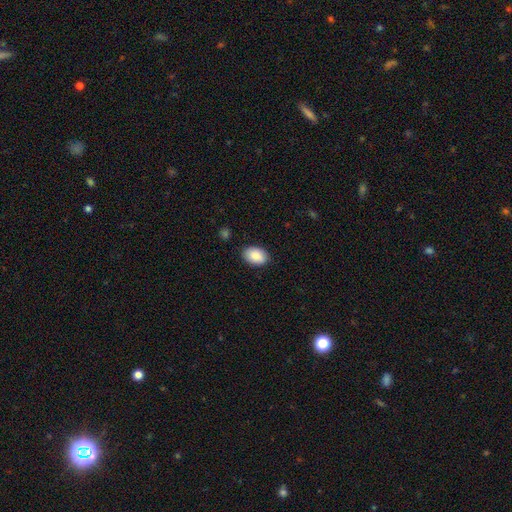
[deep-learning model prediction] A smooth galaxy with no disk features (89%) that is in between round and cigar-shaped (86%).

Vote fractions:
- Smooth or featured? smooth: 89% / star or artifact: 6% / featured or disk: 5%
- How rounded? in between: 86% / round: 13% / cigar-shaped: 1%
- Merging? none: 88% / minor disturbance: 9% / major disturbance: 2% / merger: 1%